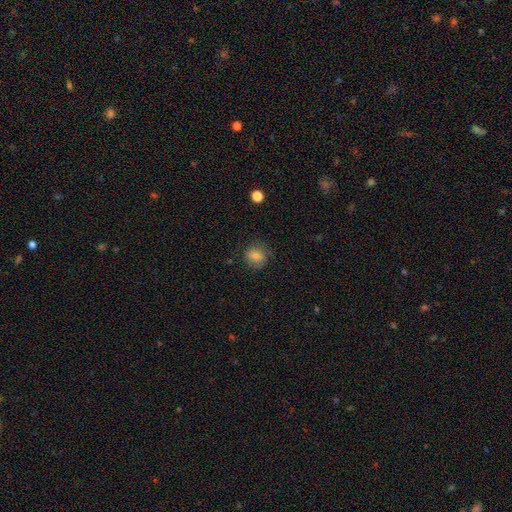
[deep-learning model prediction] This appears to be a smooth galaxy with no disk features (80%) that is round (78%). Merging: none (75%).